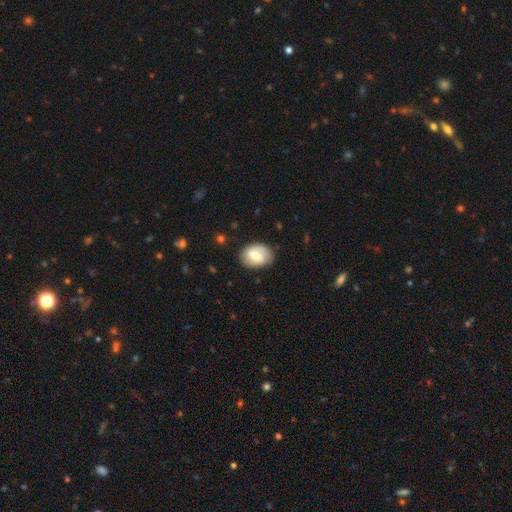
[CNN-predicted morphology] smooth-or-featured: featured or disk: 51% | smooth: 43% | star or artifact: 7%
  disk-edge-on: no: 96% | yes: 4%
  merging: none: 77% | minor disturbance: 17% | major disturbance: 5% | merger: 1%